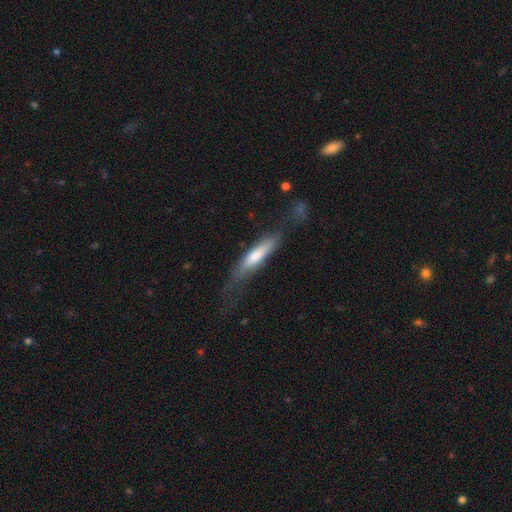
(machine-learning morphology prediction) Smooth or featured?
  - smooth: 54% *
  - featured or disk: 40%
  - star or artifact: 7%
How rounded?
  - cigar-shaped: 80% *
  - in between: 18%
  - round: 2%
Merging?
  - none: 50% *
  - minor disturbance: 26%
  - major disturbance: 22%
  - merger: 3%